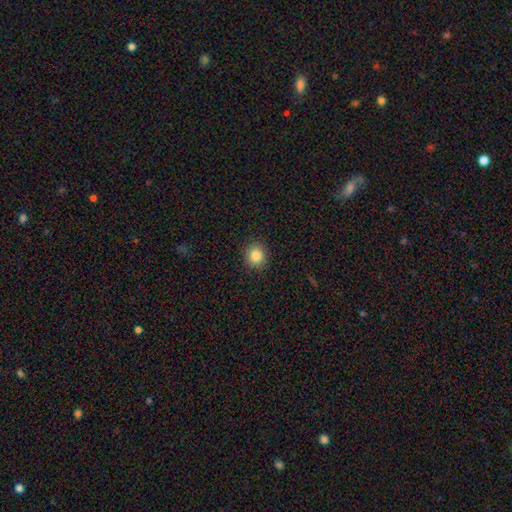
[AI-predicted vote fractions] Morphology: type=smooth (84%); roundness=round (84%); merging=none (90%).